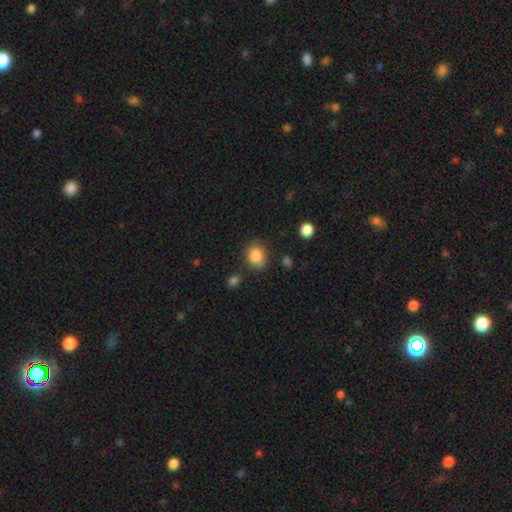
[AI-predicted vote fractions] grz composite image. It shows a smooth galaxy with no disk features (86%) that is round (66%). Merging: none (78%).